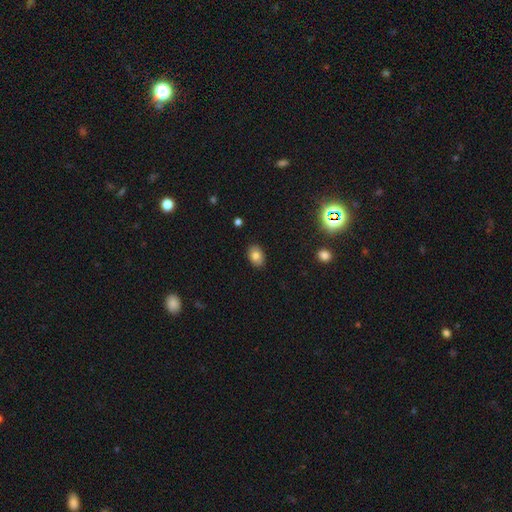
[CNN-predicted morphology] This is likely a smooth galaxy (79%). How rounded: likely in between (78%). Merging: clearly none (88%).